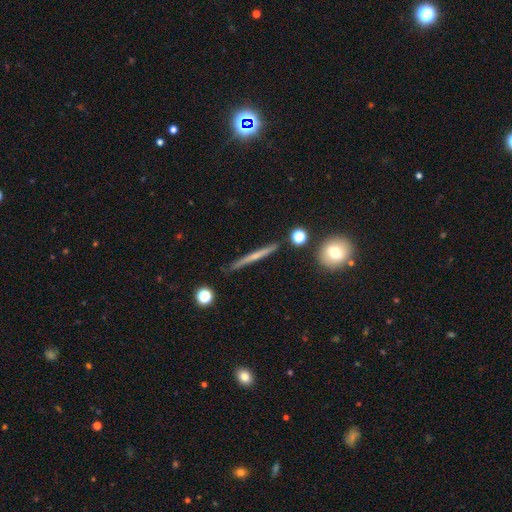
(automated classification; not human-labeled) This is possibly a featured or disk galaxy (52%). It is clearly viewed edge-on (96%). Edge-on bulge: likely none (70%). Merging: clearly none (88%).